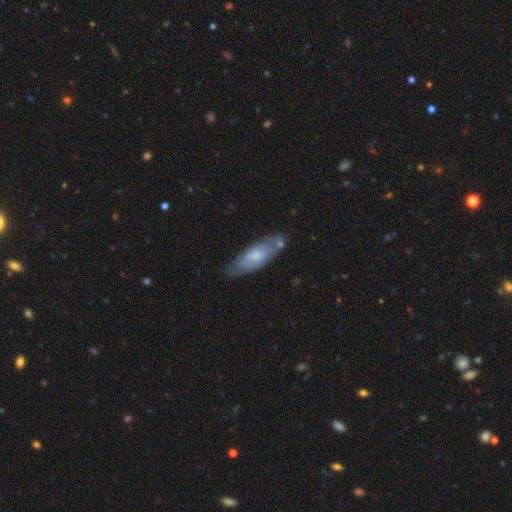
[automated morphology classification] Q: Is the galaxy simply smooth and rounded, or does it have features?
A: smooth — 53%.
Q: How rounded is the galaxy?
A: in between — 58%.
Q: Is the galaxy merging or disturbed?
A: none — 67%.